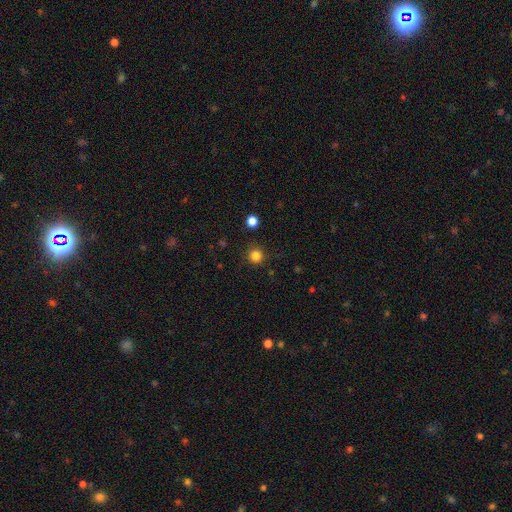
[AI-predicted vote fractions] Overall: smooth (83%). How rounded: round (92%). Merging: none (89%).